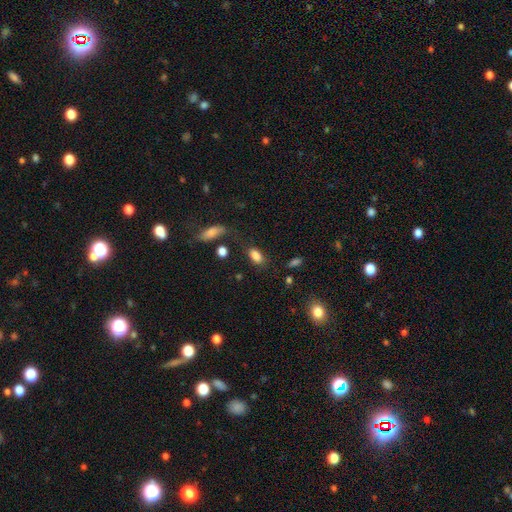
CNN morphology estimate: This is clearly a smooth galaxy (85%). How rounded: clearly in between (89%). Merging: likely none (71%).